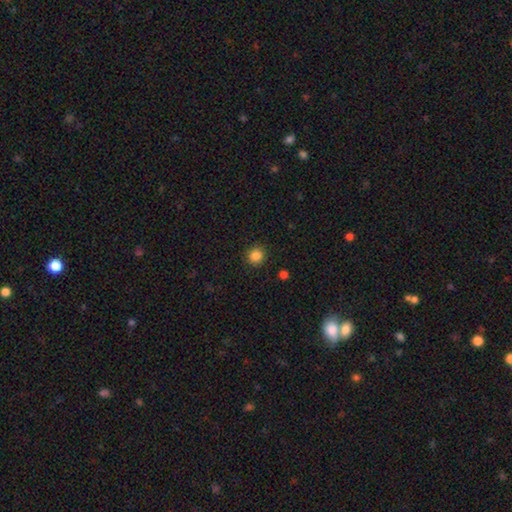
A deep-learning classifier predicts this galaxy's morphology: Smooth or featured: smooth — 85% (star or artifact — 11%)
How rounded: round — 90% (in between — 9%)
Merging: none — 91% (minor disturbance — 6%)